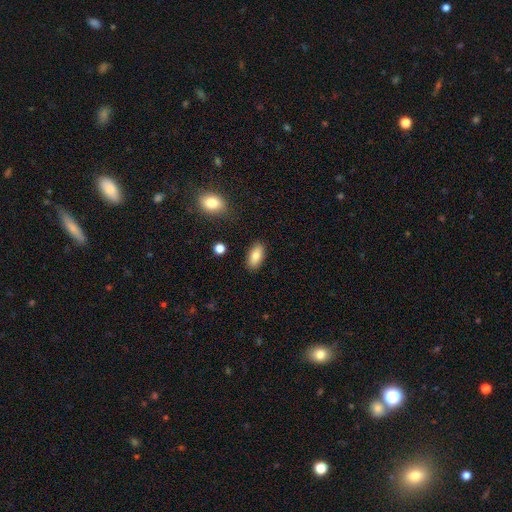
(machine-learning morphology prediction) This appears to be a smooth galaxy with no disk features (82%) that is in between round and cigar-shaped (90%). Merging: none (86%).